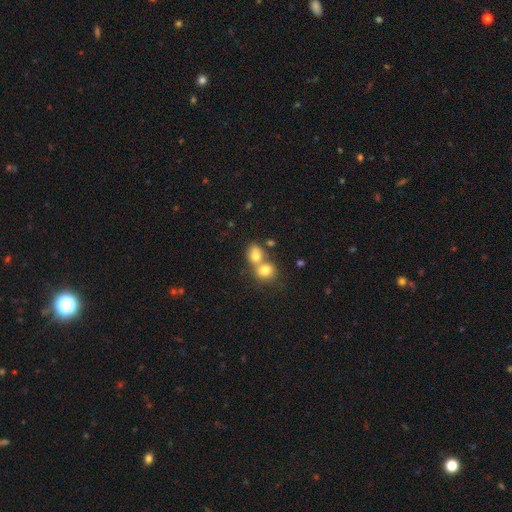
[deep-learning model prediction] Smooth or featured: smooth — 77% (featured or disk — 12%)
How rounded: round — 57% (in between — 42%)
Merging: merger — 60% (none — 30%)